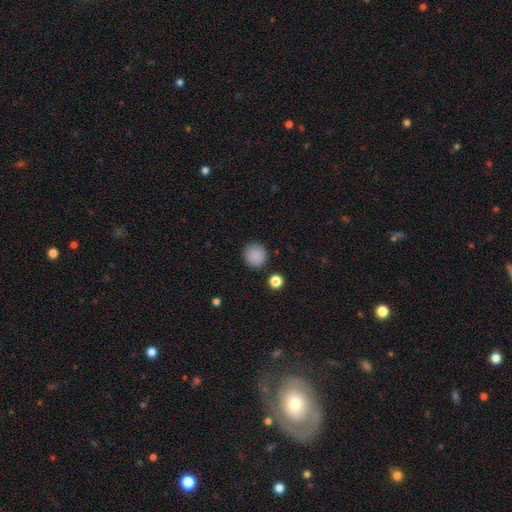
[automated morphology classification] The model was most divided on "smooth or featured": smooth: 88%, star or artifact: 9%, featured or disk: 3%. More confident: how rounded — round (93%); merging — none (90%).